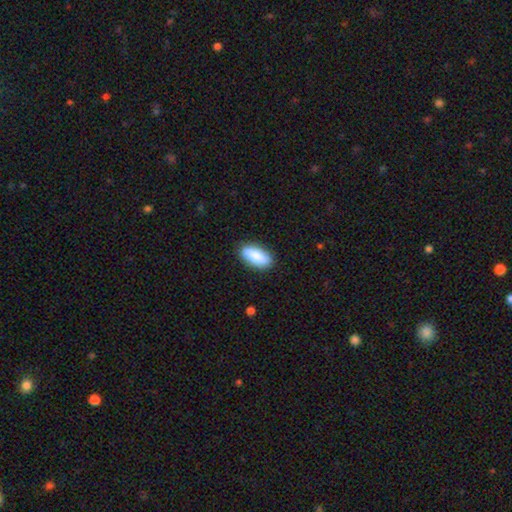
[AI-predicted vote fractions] This appears to be a smooth galaxy with no disk features (83%) that is in between round and cigar-shaped (82%). Merging: none (85%).